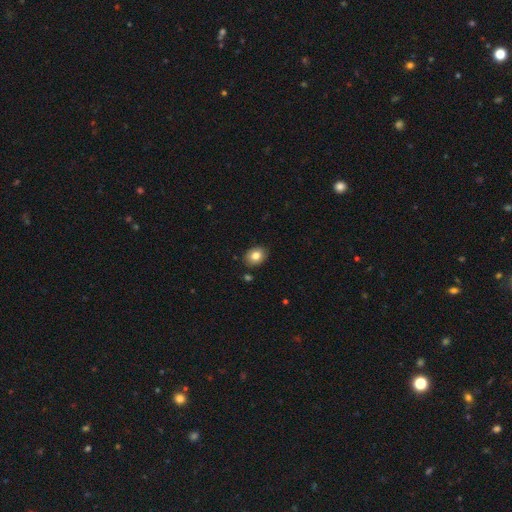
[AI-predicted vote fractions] Smooth or featured? smooth (81%)
How rounded? in between (57%)
Merging? none (87%)